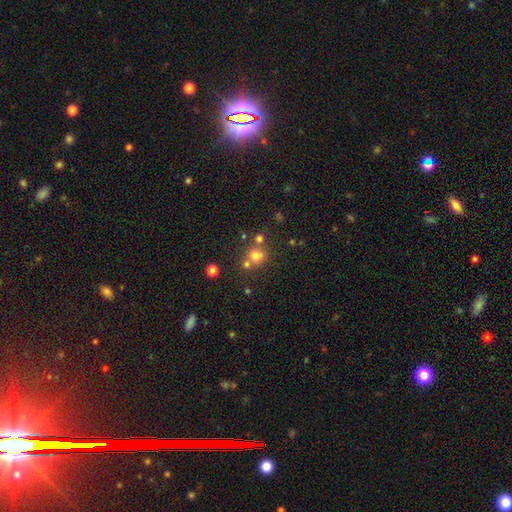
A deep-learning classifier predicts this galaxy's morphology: A smooth galaxy with no disk features (70%) that is round (81%).

Vote fractions:
- Smooth or featured? smooth: 70% / star or artifact: 18% / featured or disk: 11%
- How rounded? round: 81% / in between: 18% / cigar-shaped: 1%
- Merging? none: 52% / merger: 35% / minor disturbance: 9% / major disturbance: 4%